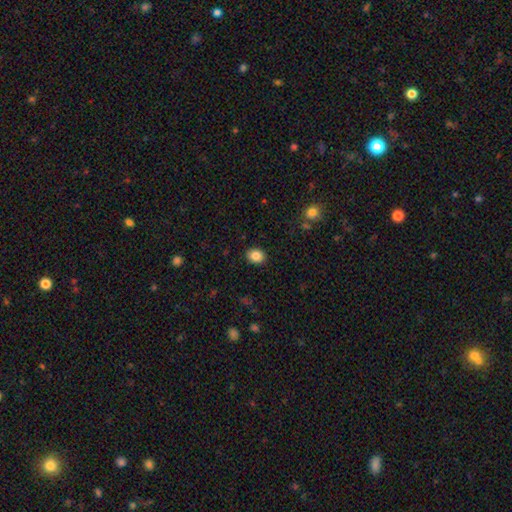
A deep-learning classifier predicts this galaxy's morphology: smooth 86%, star or artifact 9%, featured or disk 5%. Down the decision tree: how rounded — in between (53%); merging — none (90%).